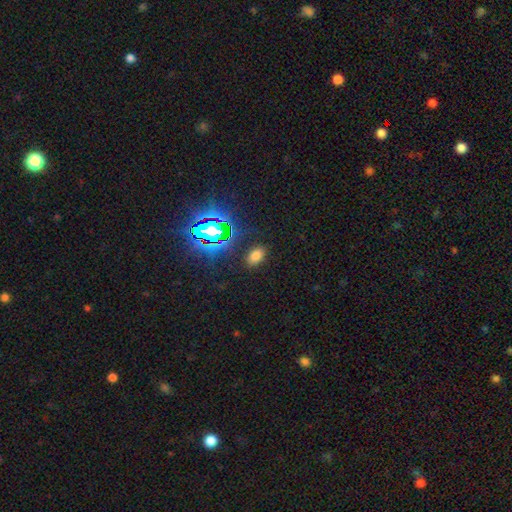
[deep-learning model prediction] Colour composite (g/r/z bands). It shows a smooth galaxy with no disk features (66%) that is in between round and cigar-shaped (89%). Merging: none (86%).